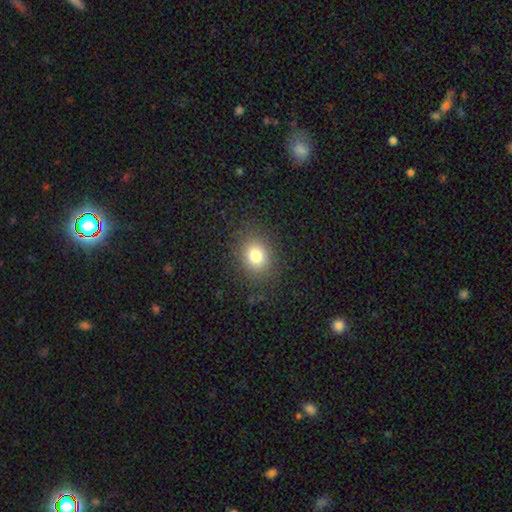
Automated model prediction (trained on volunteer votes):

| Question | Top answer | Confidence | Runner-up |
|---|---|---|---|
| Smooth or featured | smooth | 79% | star or artifact (13%) |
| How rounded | round | 57% | in between (42%) |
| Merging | none | 85% | minor disturbance (9%) |